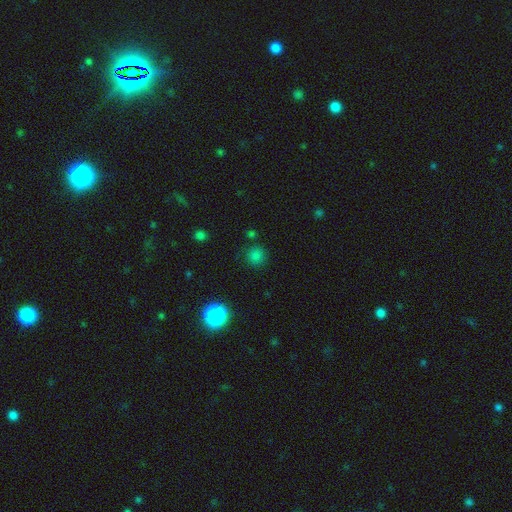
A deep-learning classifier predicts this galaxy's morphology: Smooth or featured? smooth (77%)
How rounded? round (91%)
Merging? none (83%)